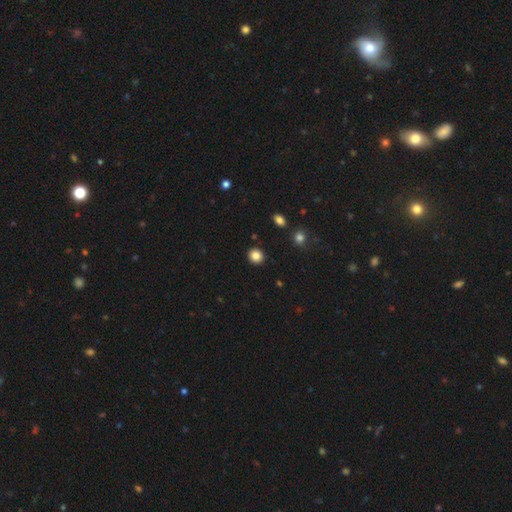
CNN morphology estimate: Smooth or featured? Predicted: smooth (p=0.85). How rounded? Predicted: round (p=0.88). Merging? Predicted: none (p=0.91).